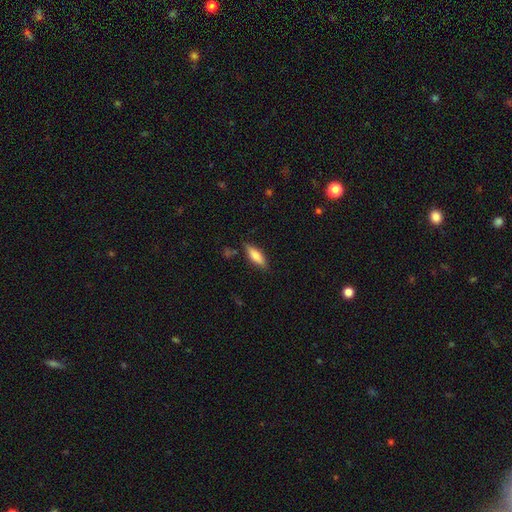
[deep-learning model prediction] smooth_or_featured: smooth (p=0.72) [alt: featured or disk p=0.21]
how_rounded: in between (p=0.54) [alt: cigar-shaped p=0.44]
merging: none (p=0.81) [alt: minor disturbance p=0.14]